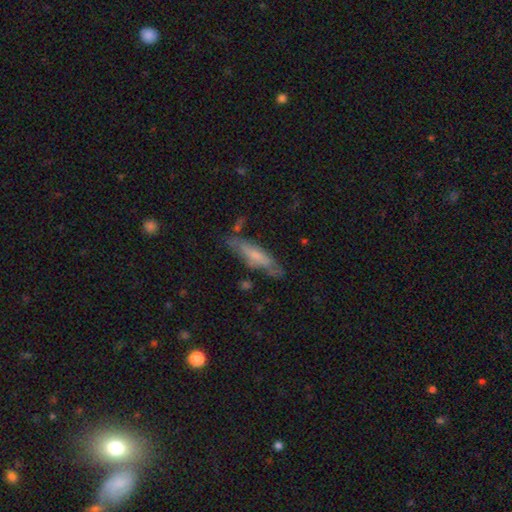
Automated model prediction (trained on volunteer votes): Morphology: type=smooth (55%); roundness=cigar-shaped (68%); merging=none (62%).